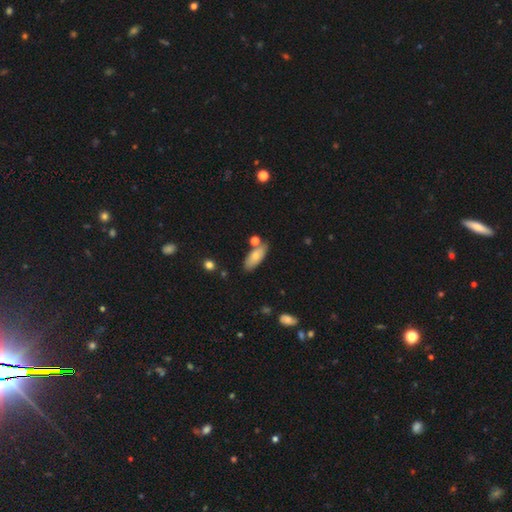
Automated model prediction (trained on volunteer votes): A smooth galaxy with no disk features (71%) that is in between round and cigar-shaped (79%).

Vote fractions:
- Smooth or featured? smooth: 71% / featured or disk: 21% / star or artifact: 7%
- How rounded? in between: 79% / cigar-shaped: 18% / round: 3%
- Merging? none: 73% / minor disturbance: 15% / merger: 9% / major disturbance: 3%